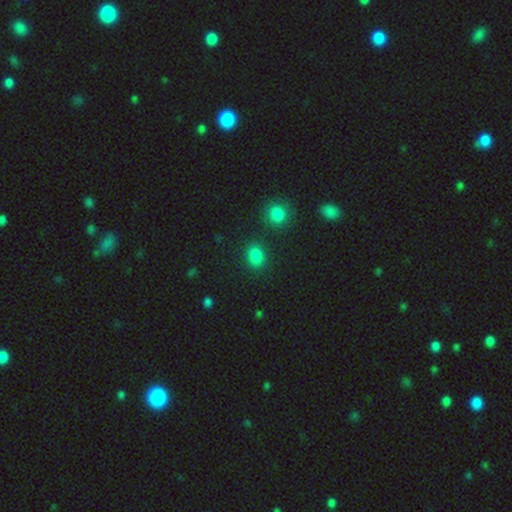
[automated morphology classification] Smooth or featured: smooth — 83% (star or artifact — 13%)
How rounded: in between — 61% (round — 38%)
Merging: none — 84% (minor disturbance — 9%)